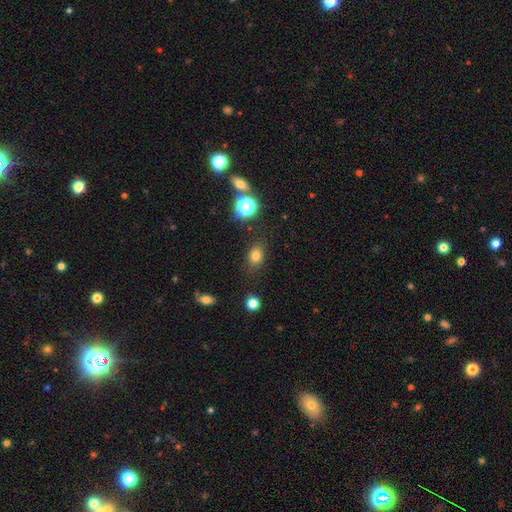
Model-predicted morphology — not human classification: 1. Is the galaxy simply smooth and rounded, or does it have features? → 77% smooth, 16% star or artifact, 8% featured or disk.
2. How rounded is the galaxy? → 64% in between, 34% round, 2% cigar-shaped.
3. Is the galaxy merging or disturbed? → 82% none, 12% minor disturbance, 4% major disturbance, 3% merger.